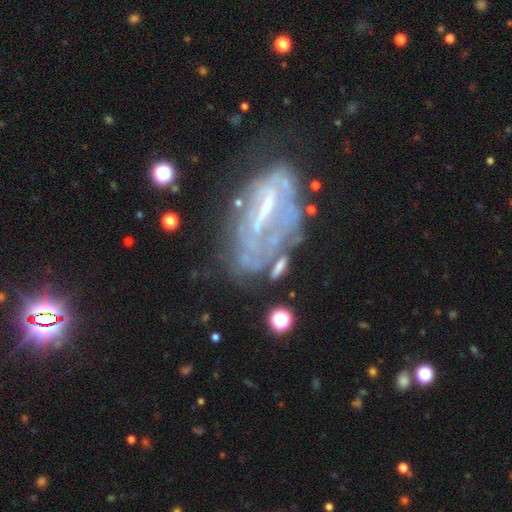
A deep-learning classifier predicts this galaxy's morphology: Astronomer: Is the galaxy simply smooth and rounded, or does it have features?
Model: featured or disk — 73%.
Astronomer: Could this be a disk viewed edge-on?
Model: no — 92%.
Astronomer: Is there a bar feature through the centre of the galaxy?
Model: strong — 42% (runner-up: weak, 32%).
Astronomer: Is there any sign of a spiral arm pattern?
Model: no — 60% (runner-up: yes, 40%).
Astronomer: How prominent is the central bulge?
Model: none — 39% (runner-up: moderate, 28%).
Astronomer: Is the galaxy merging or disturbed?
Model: none — 36% (runner-up: major disturbance, 31%).